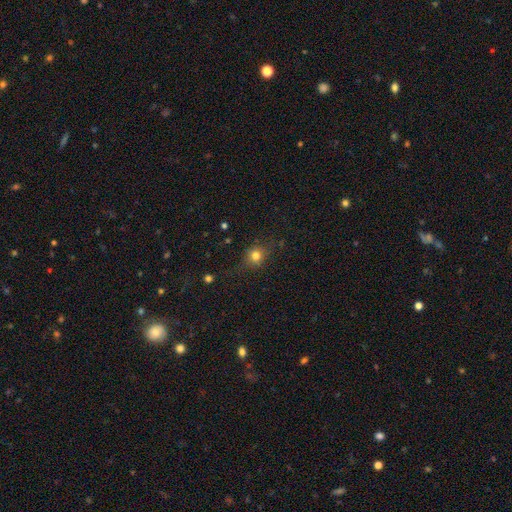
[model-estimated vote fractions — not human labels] smooth-or-featured: smooth: 75% | star or artifact: 15% | featured or disk: 10%
  how-rounded: round: 77% | in between: 22% | cigar-shaped: 2%
  merging: none: 76% | minor disturbance: 16% | major disturbance: 7% | merger: 2%